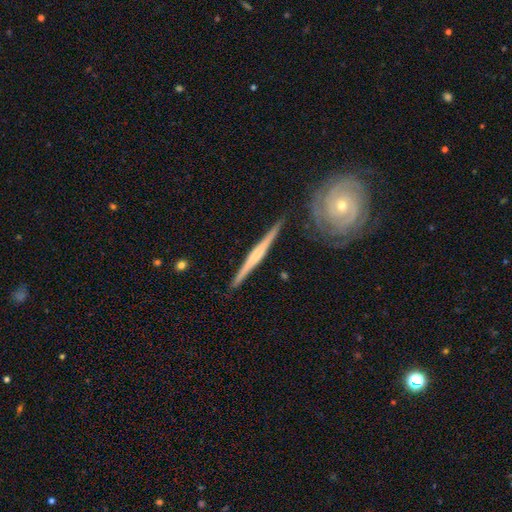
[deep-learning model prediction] A featured or disk galaxy (75%) viewed edge-on (97%) with a rounded central bulge (51%).

Vote fractions:
- Smooth or featured? featured or disk: 75% / smooth: 20% / star or artifact: 5%
- Edge-on disk? yes: 97% / no: 3%
- Edge-on bulge? rounded: 51% / none: 35% / boxy: 13%
- Merging? none: 87% / minor disturbance: 9% / merger: 3% / major disturbance: 2%